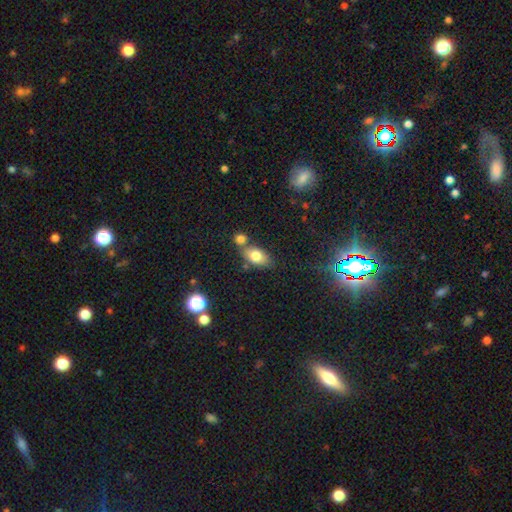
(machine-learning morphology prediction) smooth_or_featured: smooth (p=0.76) [alt: featured or disk p=0.14]
how_rounded: in between (p=0.81) [alt: round p=0.15]
merging: none (p=0.51) [alt: merger p=0.32]